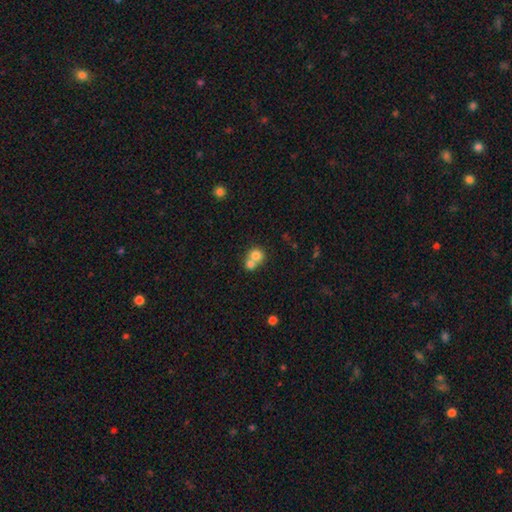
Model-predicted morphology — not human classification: Smooth or featured?
  - smooth: 76% *
  - featured or disk: 14%
  - star or artifact: 10%
How rounded?
  - round: 82% *
  - in between: 17%
  - cigar-shaped: 1%
Merging?
  - merger: 59% *
  - none: 34%
  - minor disturbance: 5%
  - major disturbance: 2%